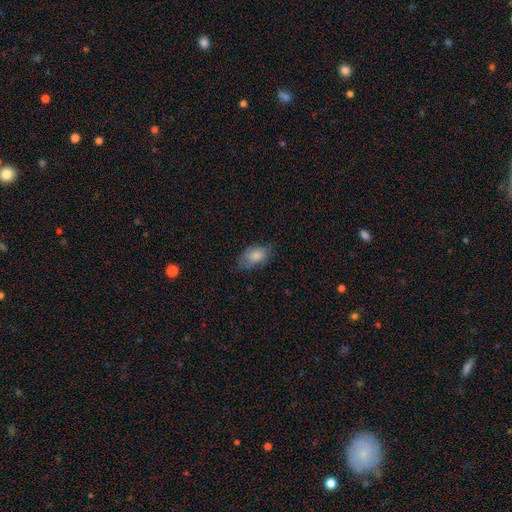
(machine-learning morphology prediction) Smooth or featured? Predicted: smooth (p=0.81). How rounded? Predicted: in between (p=0.91). Merging? Predicted: none (p=0.61).